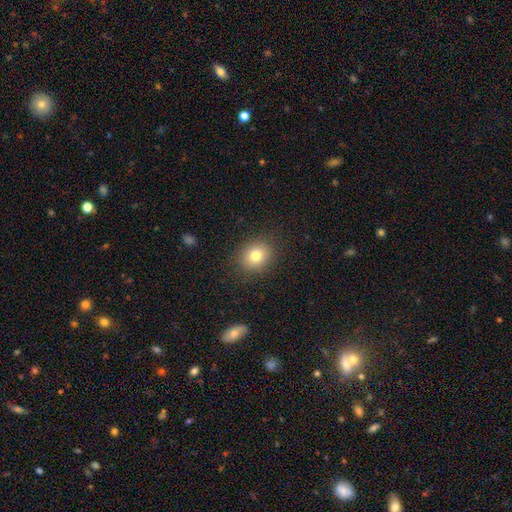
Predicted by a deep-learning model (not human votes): Smooth or featured?
  - smooth: 79% *
  - star or artifact: 11%
  - featured or disk: 9%
How rounded?
  - round: 66% *
  - in between: 33%
  - cigar-shaped: 1%
Merging?
  - none: 88% *
  - minor disturbance: 8%
  - major disturbance: 3%
  - merger: 1%